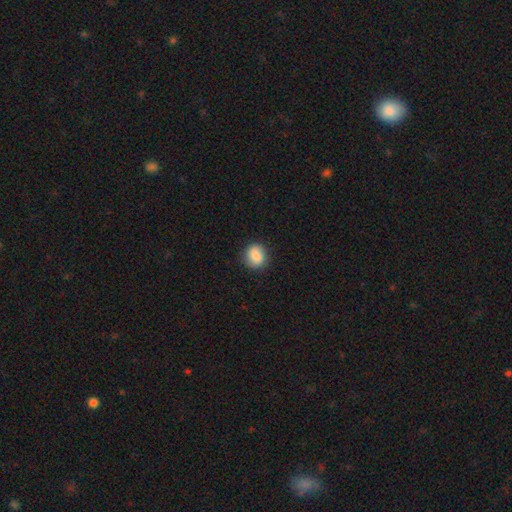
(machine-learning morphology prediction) Q: Smooth or featured?
A: smooth (82%); runner-up: featured or disk (10%)
Q: How rounded?
A: round (76%); runner-up: in between (23%)
Q: Merging?
A: none (86%); runner-up: minor disturbance (11%)